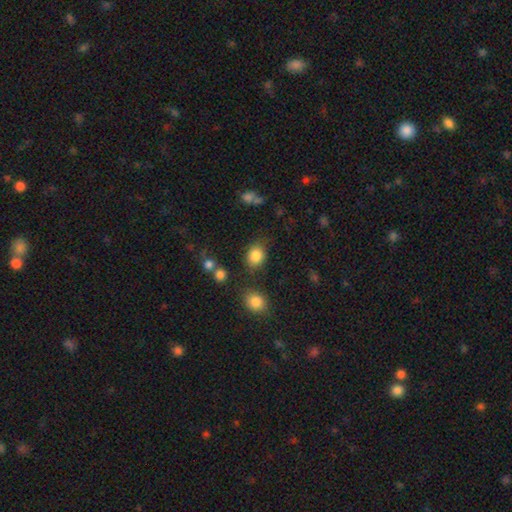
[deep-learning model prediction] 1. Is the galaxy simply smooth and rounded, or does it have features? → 84% smooth, 10% star or artifact, 6% featured or disk.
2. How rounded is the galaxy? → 51% in between, 48% round, 1% cigar-shaped.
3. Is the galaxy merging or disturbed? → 70% none, 19% minor disturbance, 5% major disturbance, 5% merger.